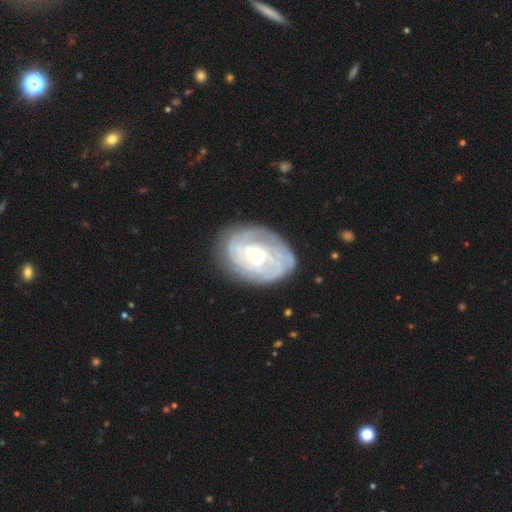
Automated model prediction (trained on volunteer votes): Morphology: type=featured or disk (78%); edge-on=no (97%); bar=no (72%); spiral arms=yes (89%); winding=tight (72%); arm count=can't tell (49%); bulge=small (55%); merging=none (74%).